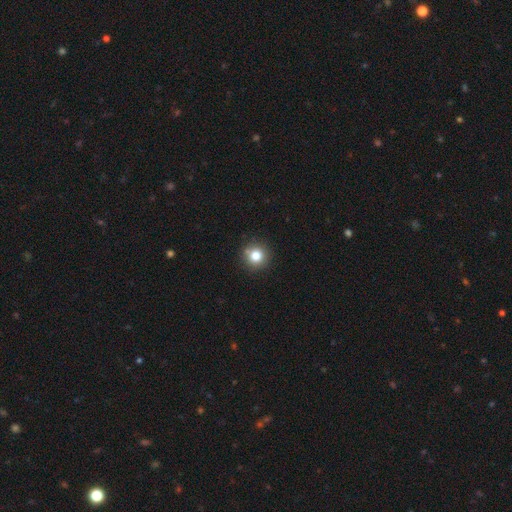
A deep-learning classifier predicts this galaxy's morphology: This appears to be a smooth galaxy with no disk features (81%) that is round (94%). Merging: none (89%).